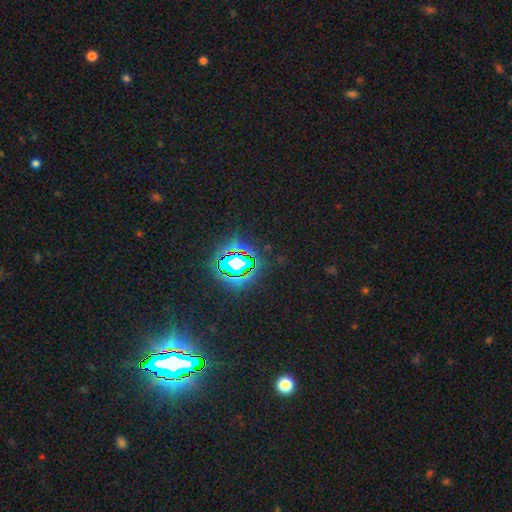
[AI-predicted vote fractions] Smooth or featured?
  - star or artifact: 84% *
  - smooth: 9%
  - featured or disk: 7%